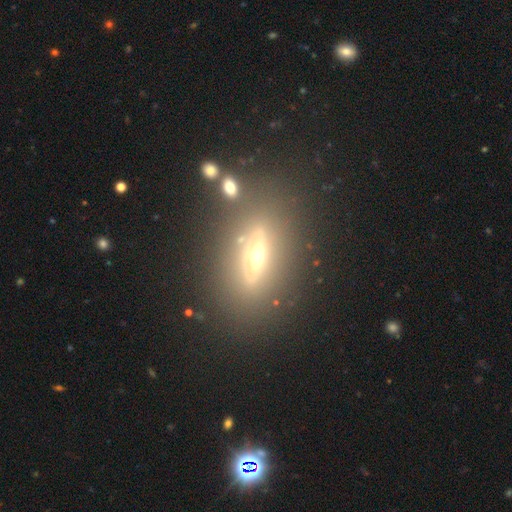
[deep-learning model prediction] Morphology: type=featured or disk (62%); edge-on=yes (77%); merging=none (82%).